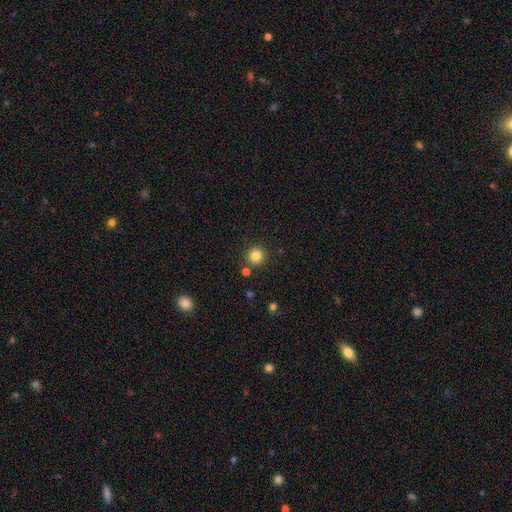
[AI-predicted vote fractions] The model was most divided on "smooth or featured": smooth: 84%, star or artifact: 12%, featured or disk: 5%. More confident: how rounded — round (94%); merging — none (85%).